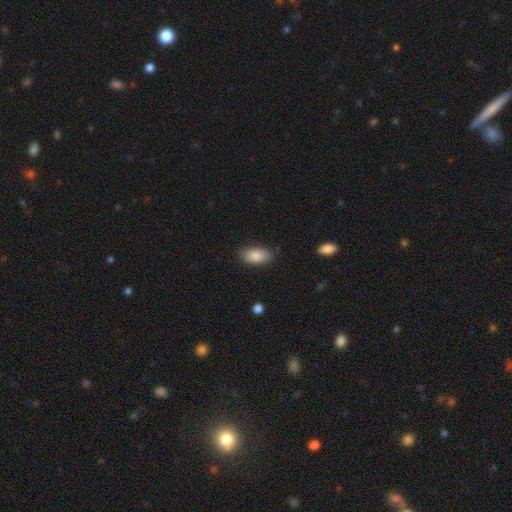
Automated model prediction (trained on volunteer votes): The model was most divided on "merging": none: 84%, minor disturbance: 12%, major disturbance: 3%, merger: 1%. More confident: how rounded — in between (91%); smooth or featured — smooth (85%).